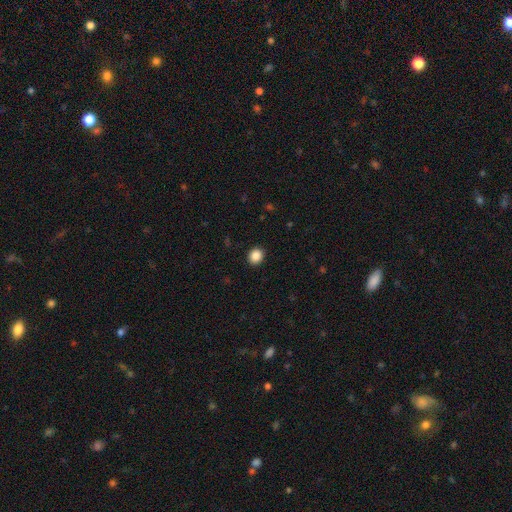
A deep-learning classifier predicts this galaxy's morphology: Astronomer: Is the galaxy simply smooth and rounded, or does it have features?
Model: smooth — 87%.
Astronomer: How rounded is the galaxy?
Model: round — 75%.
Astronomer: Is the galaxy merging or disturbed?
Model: none — 92%.